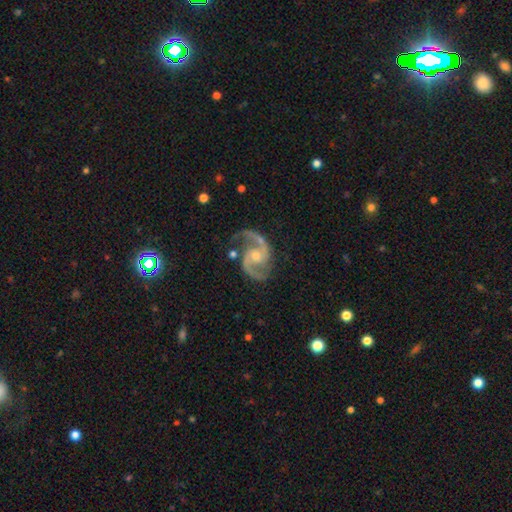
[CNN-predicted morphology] A featured or disk galaxy (93%) with no bar (56%), 2 (94%) medium (64%) spiral arms (98%) and a small central bulge (49%).

Vote fractions:
- Smooth or featured? featured or disk: 93% / star or artifact: 4% / smooth: 2%
- Edge-on disk? no: 98% / yes: 2%
- Bar? no: 56% / weak: 35% / strong: 9%
- Spiral arms? yes: 98% / no: 2%
- Spiral winding? medium: 64% / loose: 23% / tight: 13%
- Spiral arm count? 2: 94% / 3: 1% / can't tell: 1% / 1: 1% / 4: 1% / more than 4: 1%
- Bulge size? small: 49% / moderate: 44% / none: 3% / large: 2% / dominant: 1%
- Merging? none: 76% / minor disturbance: 15% / major disturbance: 6% / merger: 2%